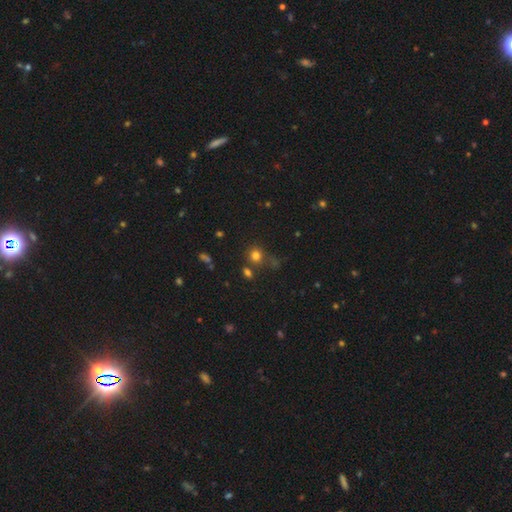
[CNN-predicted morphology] Smooth or featured: smooth — 75% (star or artifact — 18%)
How rounded: round — 81% (in between — 18%)
Merging: none — 69% (merger — 13%)